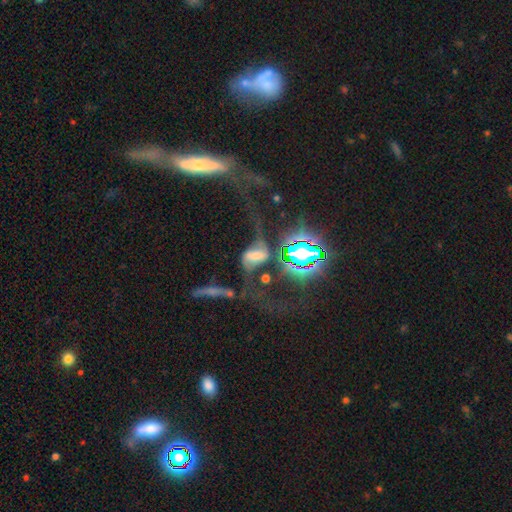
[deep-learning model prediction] Smooth or featured? featured or disk (56%)
Edge-on disk? no (87%)
Merging? major disturbance (36%)